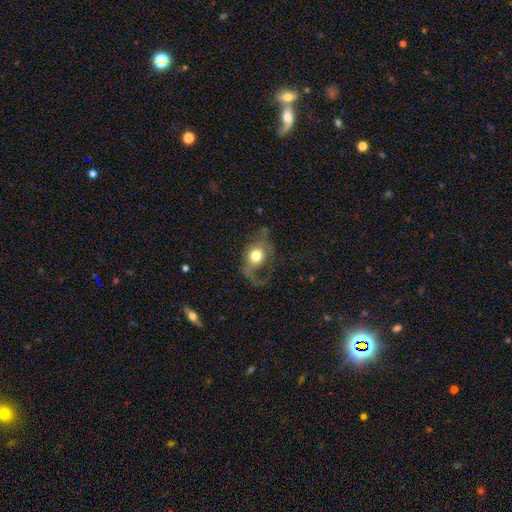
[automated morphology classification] Smooth or featured? smooth (54%)
How rounded? round (55%)
Merging? major disturbance (41%)